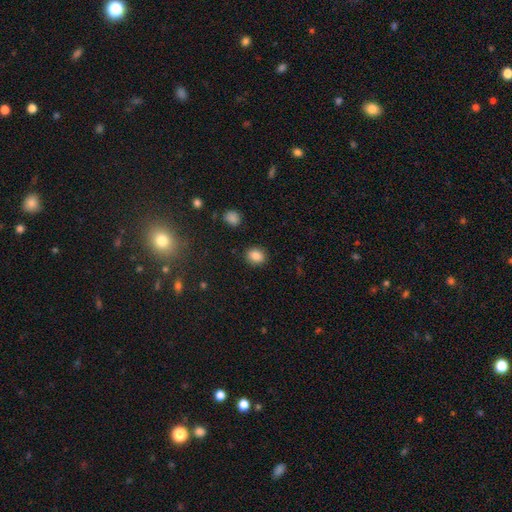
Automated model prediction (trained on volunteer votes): A smooth galaxy with no disk features (86%) that is round (58%).

Vote fractions:
- Smooth or featured? smooth: 86% / star or artifact: 10% / featured or disk: 4%
- How rounded? round: 58% / in between: 41% / cigar-shaped: 1%
- Merging? none: 88% / minor disturbance: 8% / major disturbance: 2% / merger: 2%